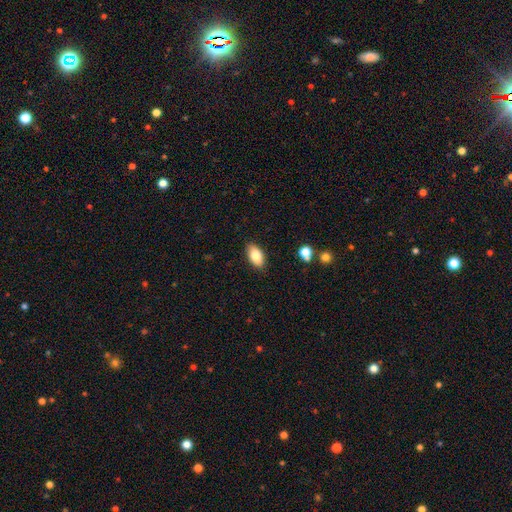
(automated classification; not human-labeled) Smooth or featured? Predicted: smooth (p=0.82). How rounded? Predicted: in between (p=0.92). Merging? Predicted: none (p=0.87).